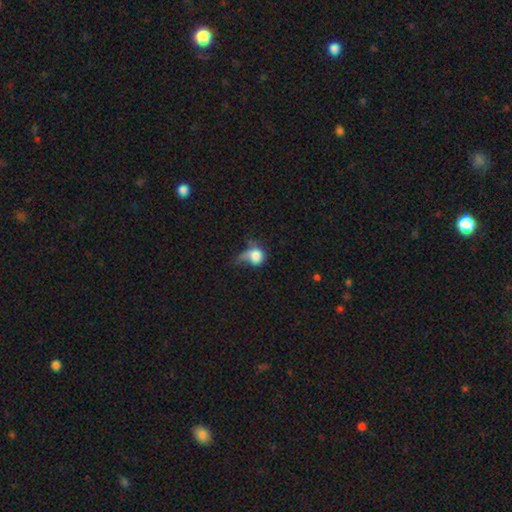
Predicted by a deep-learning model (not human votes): Smooth or featured? smooth (73%)
How rounded? round (66%)
Merging? major disturbance (43%)